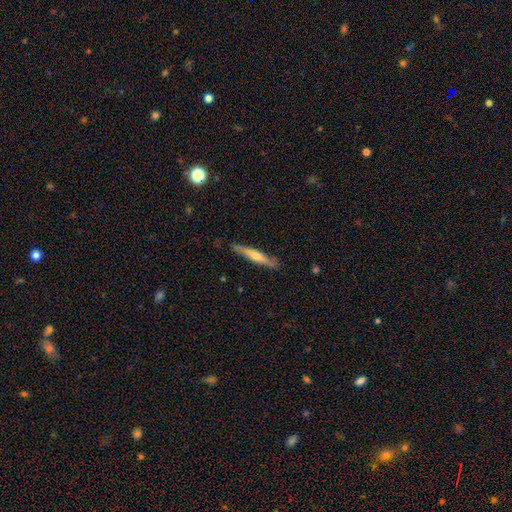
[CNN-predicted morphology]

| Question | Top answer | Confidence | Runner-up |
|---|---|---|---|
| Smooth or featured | featured or disk | 52% | smooth (42%) |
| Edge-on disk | yes | 90% | no (10%) |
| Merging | none | 83% | minor disturbance (13%) |